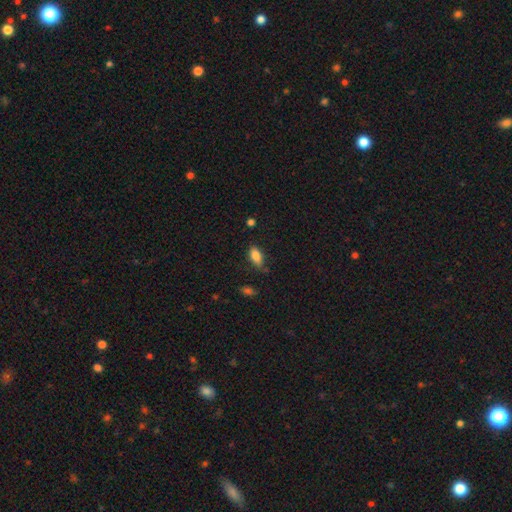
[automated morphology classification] A smooth galaxy with no disk features (83%) that is in between round and cigar-shaped (89%).

Vote fractions:
- Smooth or featured? smooth: 83% / featured or disk: 9% / star or artifact: 8%
- How rounded? in between: 89% / cigar-shaped: 8% / round: 4%
- Merging? none: 67% / minor disturbance: 24% / major disturbance: 5% / merger: 3%